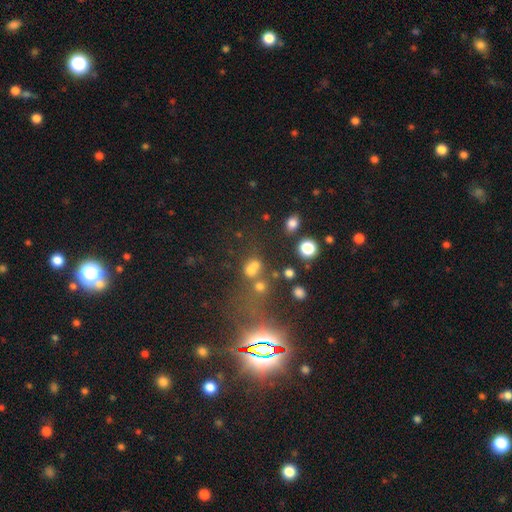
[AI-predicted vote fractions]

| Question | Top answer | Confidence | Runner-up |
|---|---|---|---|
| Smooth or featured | star or artifact | 71% | smooth (20%) |